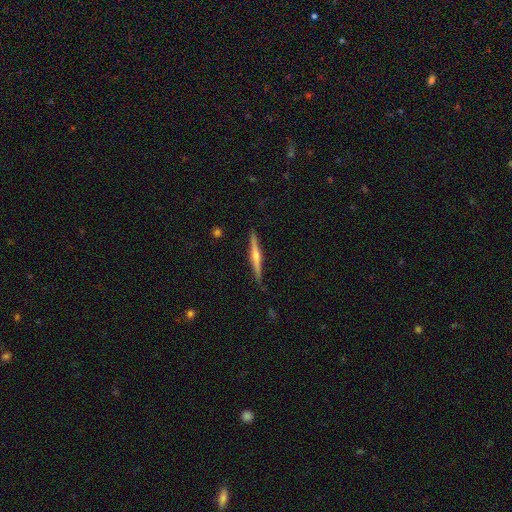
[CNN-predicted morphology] A featured or disk galaxy (72%) viewed edge-on (98%) with a rounded central bulge (83%). Merging: none (90%).